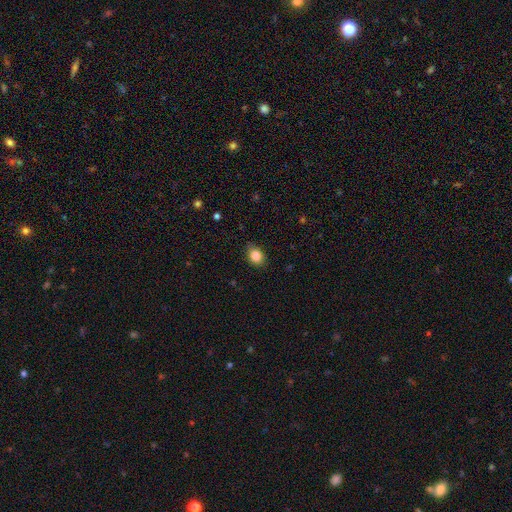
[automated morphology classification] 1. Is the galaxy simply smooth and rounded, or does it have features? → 85% smooth, 9% star or artifact, 6% featured or disk.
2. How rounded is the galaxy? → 57% in between, 42% round, 1% cigar-shaped.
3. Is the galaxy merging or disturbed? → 79% none, 17% minor disturbance, 3% major disturbance, 1% merger.